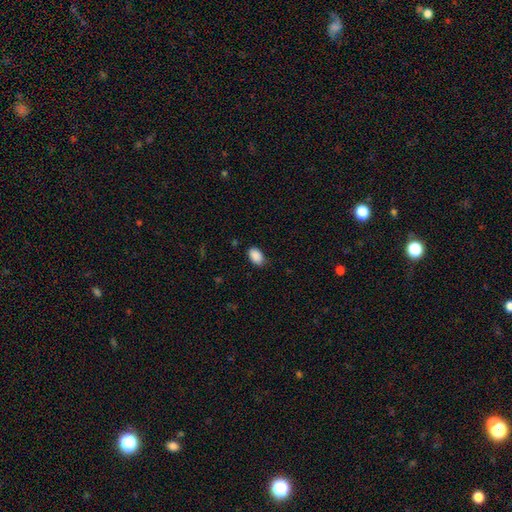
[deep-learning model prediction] smooth-or-featured: smooth: 90% | star or artifact: 7% | featured or disk: 3%
  how-rounded: in between: 90% | round: 9% | cigar-shaped: 1%
  merging: none: 78% | minor disturbance: 18% | major disturbance: 3% | merger: 1%